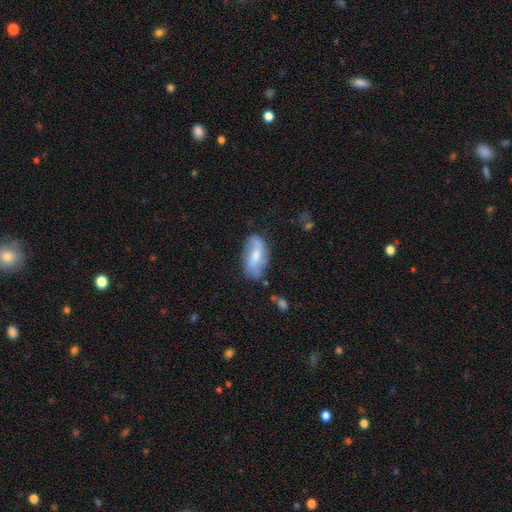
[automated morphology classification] A featured or disk galaxy (50%).

Vote fractions:
- Smooth or featured? featured or disk: 50% / smooth: 43% / star or artifact: 7%
- Edge-on disk? no: 93% / yes: 7%
- Merging? none: 63% / minor disturbance: 24% / major disturbance: 9% / merger: 4%